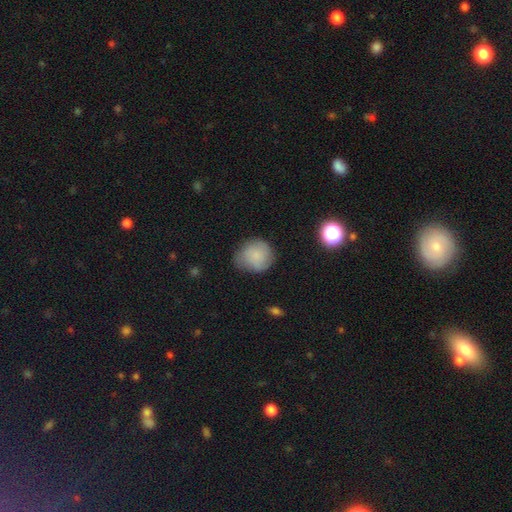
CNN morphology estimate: Smooth or featured: smooth — 79% (featured or disk — 12%)
How rounded: round — 81% (in between — 18%)
Merging: none — 58% (minor disturbance — 31%)